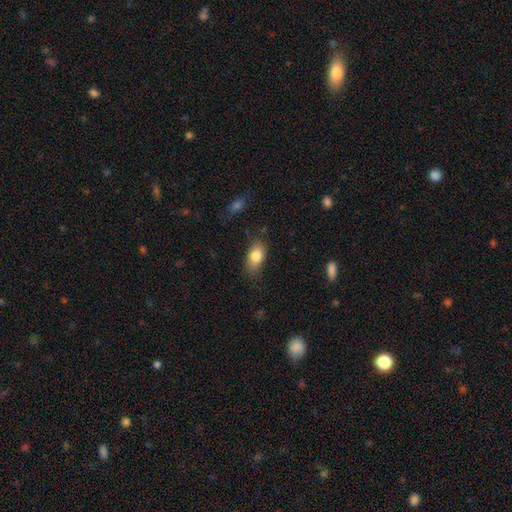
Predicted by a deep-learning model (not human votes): Smooth or featured? Predicted: smooth (p=0.81). How rounded? Predicted: in between (p=0.89). Merging? Predicted: none (p=0.76).